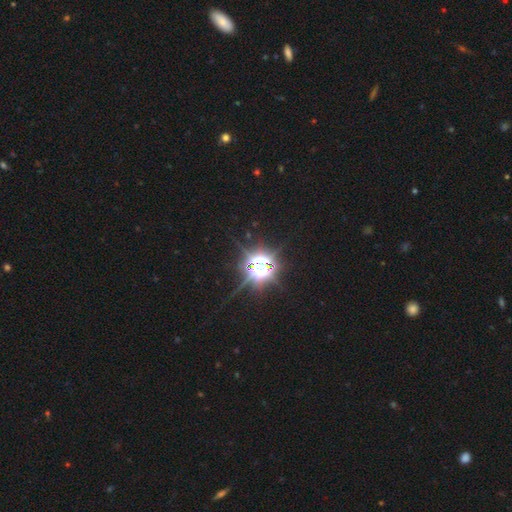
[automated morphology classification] The model was most divided on "smooth or featured": star or artifact: 85%, smooth: 9%, featured or disk: 6%.